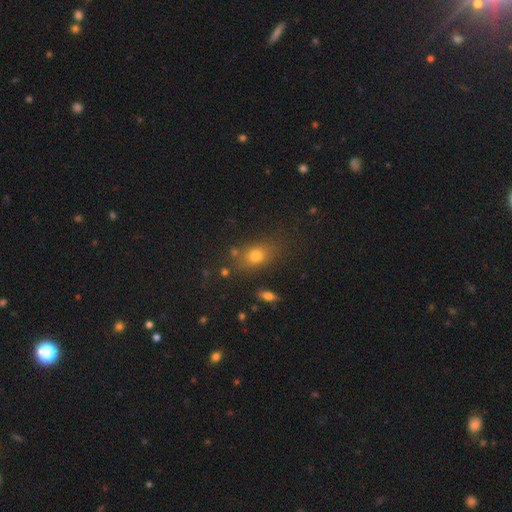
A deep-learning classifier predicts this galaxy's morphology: Smooth or featured: smooth — 68% (star or artifact — 20%)
How rounded: in between — 59% (round — 36%)
Merging: none — 75% (minor disturbance — 14%)